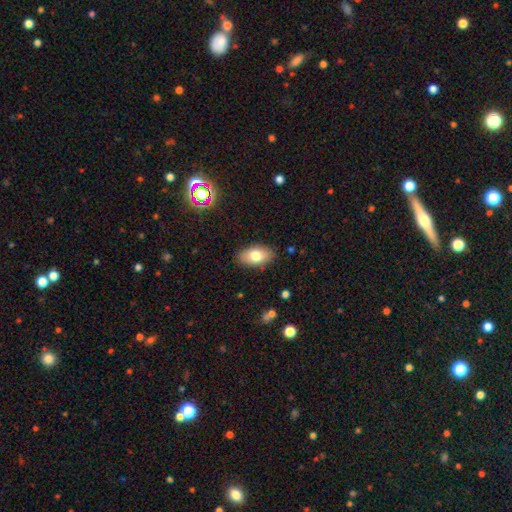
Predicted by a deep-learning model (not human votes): A smooth galaxy with no disk features (75%) that is in between round and cigar-shaped (92%).

Vote fractions:
- Smooth or featured? smooth: 75% / featured or disk: 16% / star or artifact: 8%
- How rounded? in between: 92% / round: 6% / cigar-shaped: 2%
- Merging? none: 86% / minor disturbance: 10% / major disturbance: 2% / merger: 1%